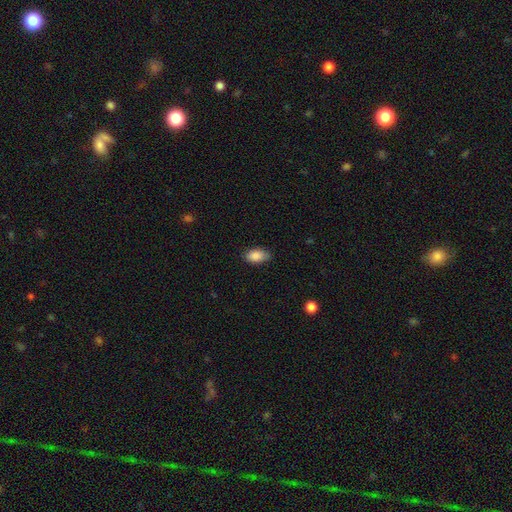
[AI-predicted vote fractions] A smooth galaxy with no disk features (88%) that is in between round and cigar-shaped (92%). Merging: none (80%).